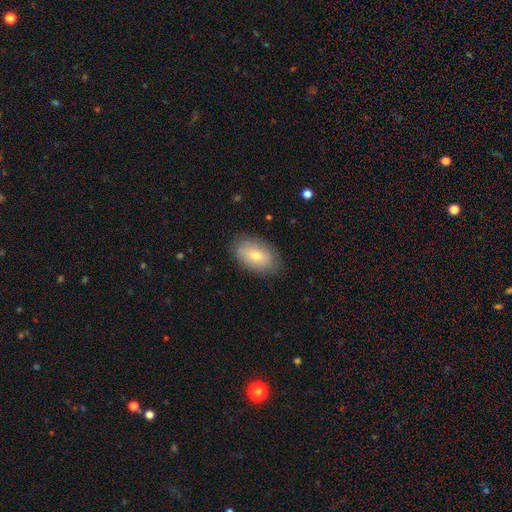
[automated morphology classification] Q: Smooth or featured?
A: smooth (66%); runner-up: featured or disk (26%)
Q: How rounded?
A: in between (91%); runner-up: round (8%)
Q: Merging?
A: none (82%); runner-up: minor disturbance (13%)